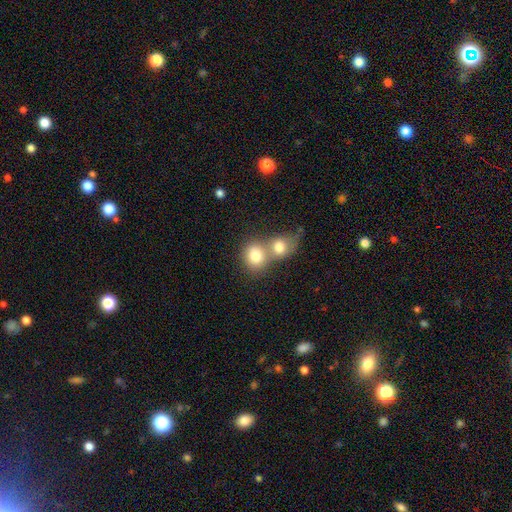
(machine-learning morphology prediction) A smooth galaxy with no disk features (78%) that is round (73%).

Vote fractions:
- Smooth or featured? smooth: 78% / featured or disk: 12% / star or artifact: 10%
- How rounded? round: 73% / in between: 26% / cigar-shaped: 1%
- Merging? merger: 60% / none: 31% / minor disturbance: 6% / major disturbance: 3%